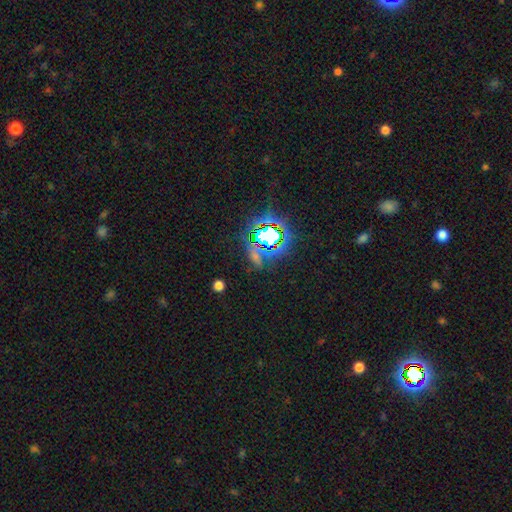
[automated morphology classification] star or artifact 74%, smooth 16%, featured or disk 10%.